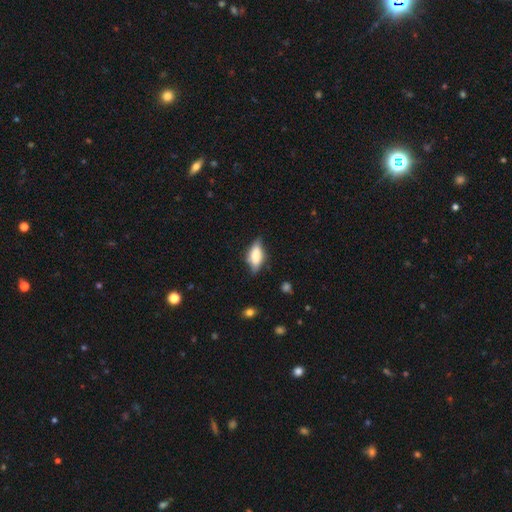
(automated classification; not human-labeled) Morphology: type=smooth (60%); roundness=in between (77%); merging=none (68%).